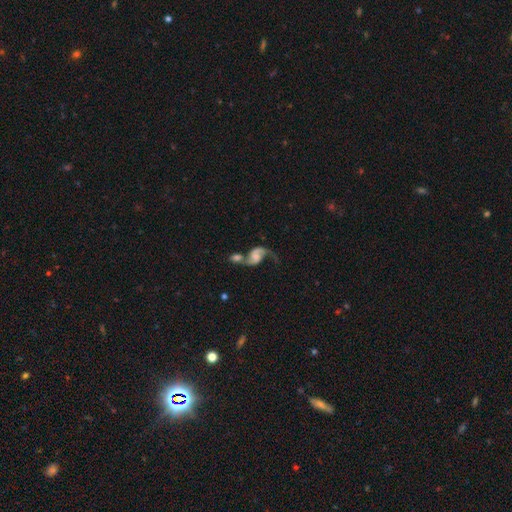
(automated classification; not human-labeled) Overall: featured or disk (80%). Edge-on disk: no (97%). Bar: no (59%; weak 33%). Spiral arms: yes (93%). Spiral arm count: 2 (81%). Spiral winding: loose (75%). Bulge size: none (33%; small 29%). Merging: merger (52%; none 24%).